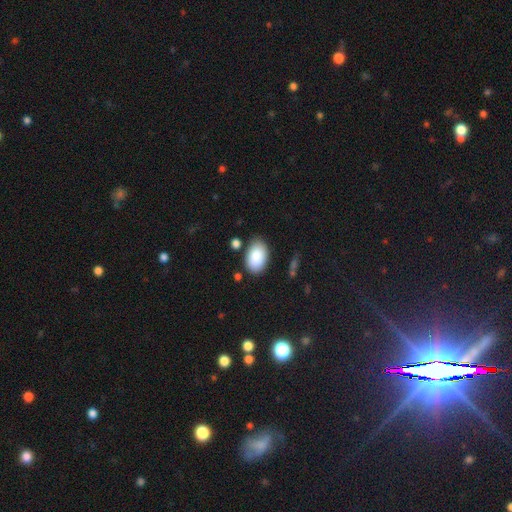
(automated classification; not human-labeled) Smooth or featured? Predicted: smooth (p=0.87). How rounded? Predicted: in between (p=0.92). Merging? Predicted: none (p=0.79).